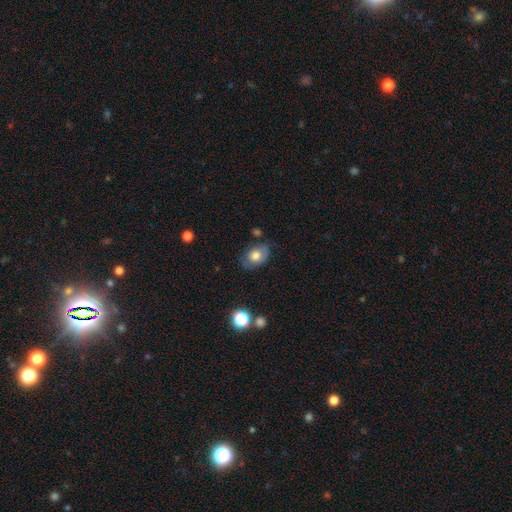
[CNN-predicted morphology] Smooth or featured? Predicted: smooth (p=0.72). How rounded? Predicted: in between (p=0.79). Merging? Predicted: none (p=0.66).